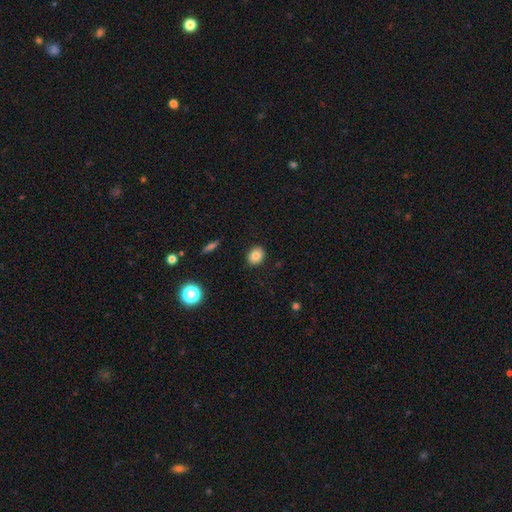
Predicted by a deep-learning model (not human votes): This is clearly a smooth galaxy (81%). How rounded: likely round (62%). Merging: clearly none (90%).